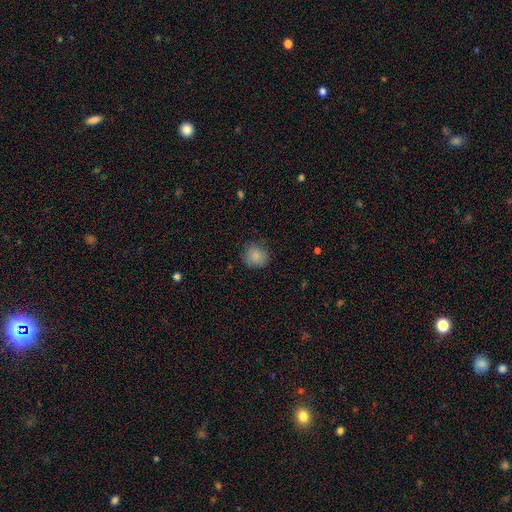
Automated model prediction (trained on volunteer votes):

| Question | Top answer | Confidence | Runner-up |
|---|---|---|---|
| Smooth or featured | smooth | 86% | star or artifact (9%) |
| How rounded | round | 85% | in between (14%) |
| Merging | none | 82% | minor disturbance (14%) |